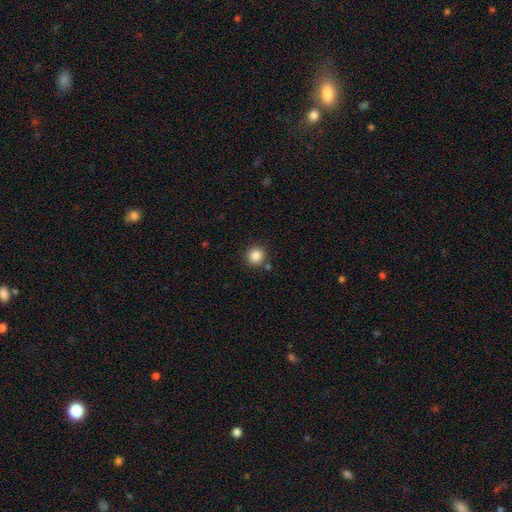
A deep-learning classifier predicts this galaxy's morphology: A smooth galaxy with no disk features (85%) that is round (93%). Merging: none (85%).